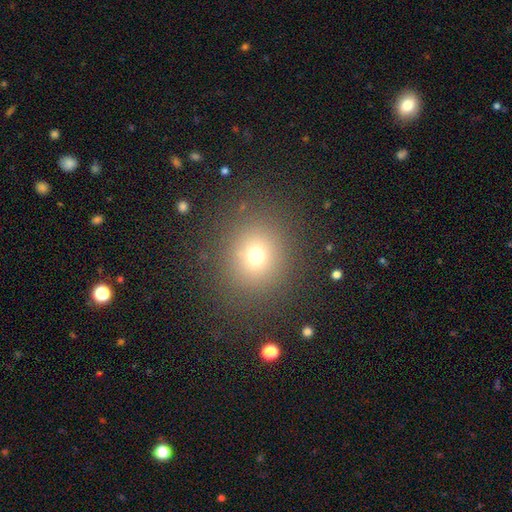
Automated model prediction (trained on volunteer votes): Smooth or featured: smooth — 69% (star or artifact — 20%)
How rounded: round — 84% (in between — 15%)
Merging: none — 86% (minor disturbance — 8%)